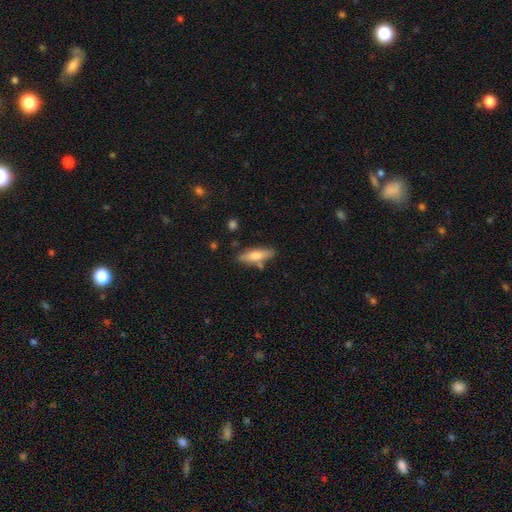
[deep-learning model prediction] smooth 69%, featured or disk 25%, star or artifact 6%. Down the decision tree: how rounded — cigar-shaped (57%); merging — none (75%).